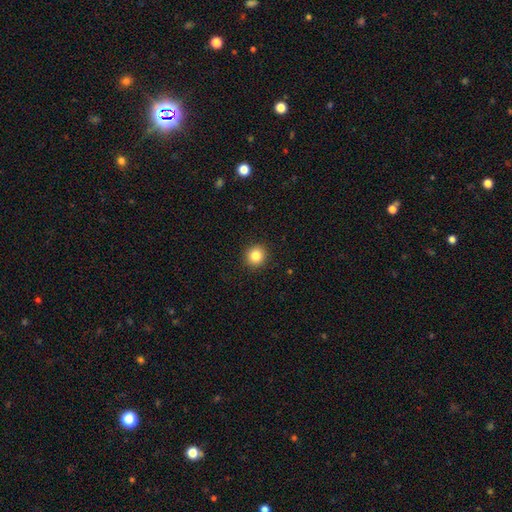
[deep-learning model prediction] This appears to be a smooth galaxy with no disk features (84%) that is round (91%). Merging: none (92%).